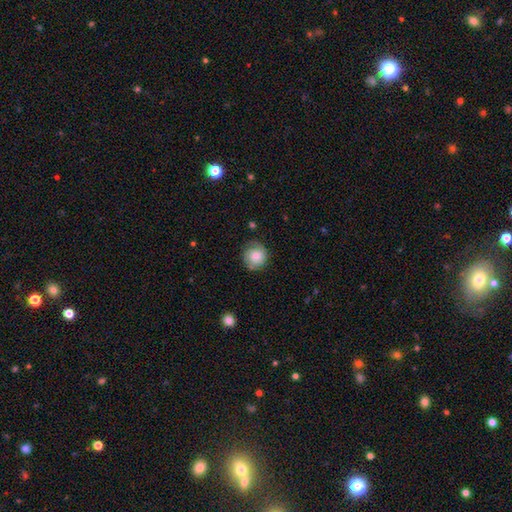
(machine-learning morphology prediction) This is possibly a smooth galaxy (59%). How rounded: clearly round (89%). Merging: likely none (76%).